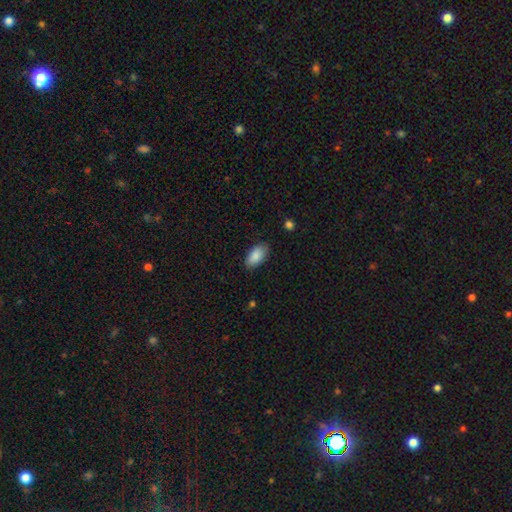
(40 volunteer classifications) smooth_or_featured: smooth (p=0.88) [alt: featured or disk p=0.07]
how_rounded: in between (p=1.00)
merging: none (p=0.87) [alt: minor disturbance p=0.11]